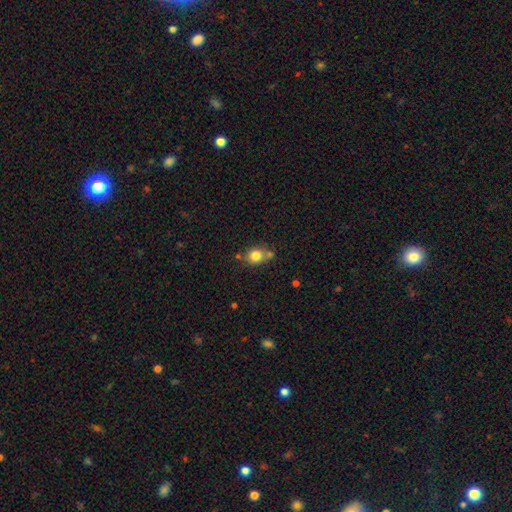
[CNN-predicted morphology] smooth 81%, star or artifact 11%, featured or disk 9%. Down the decision tree: how rounded — round (68%); merging — none (63%).